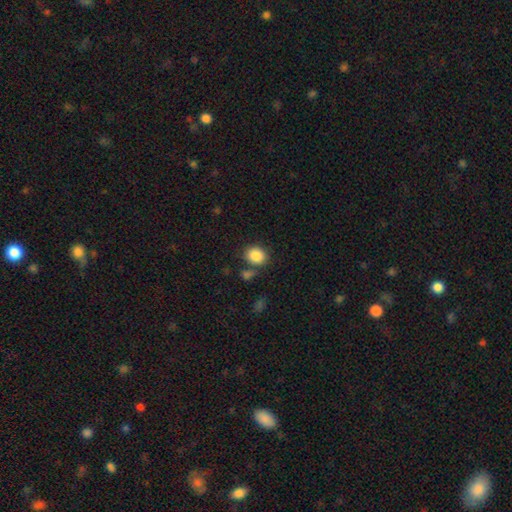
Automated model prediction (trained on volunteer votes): A smooth galaxy with no disk features (86%) that is round (61%).

Vote fractions:
- Smooth or featured? smooth: 86% / star or artifact: 9% / featured or disk: 5%
- How rounded? round: 61% / in between: 38% / cigar-shaped: 1%
- Merging? none: 74% / minor disturbance: 12% / merger: 10% / major disturbance: 4%